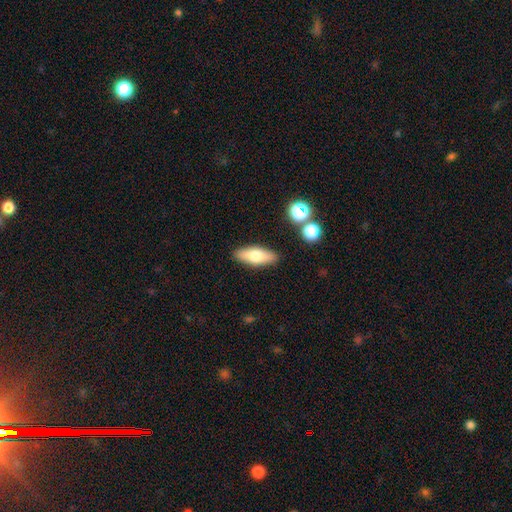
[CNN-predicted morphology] Overall: smooth (67%). How rounded: in between (63%; cigar-shaped 34%). Merging: none (86%).